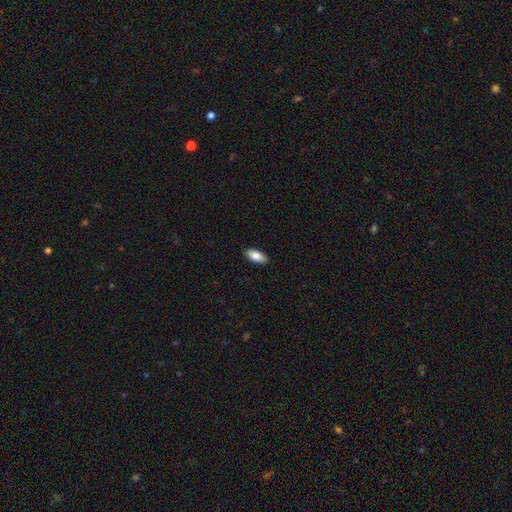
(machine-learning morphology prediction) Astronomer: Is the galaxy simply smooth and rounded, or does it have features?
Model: smooth — 82%.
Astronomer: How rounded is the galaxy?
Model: in between — 88%.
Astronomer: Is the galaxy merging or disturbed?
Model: none — 90%.